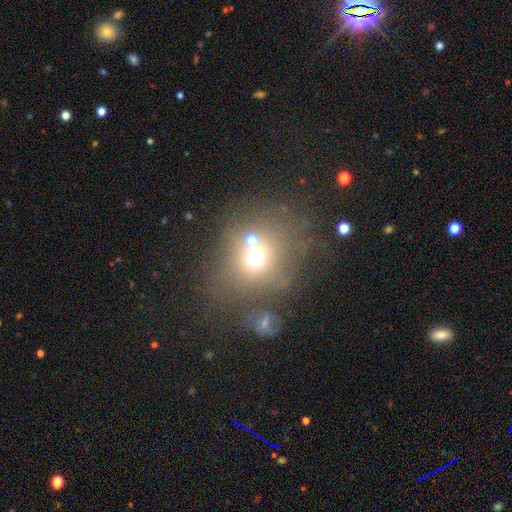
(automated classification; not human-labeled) Overall: smooth (58%; star or artifact 24%). How rounded: round (73%). Merging: none (47%; merger 32%).